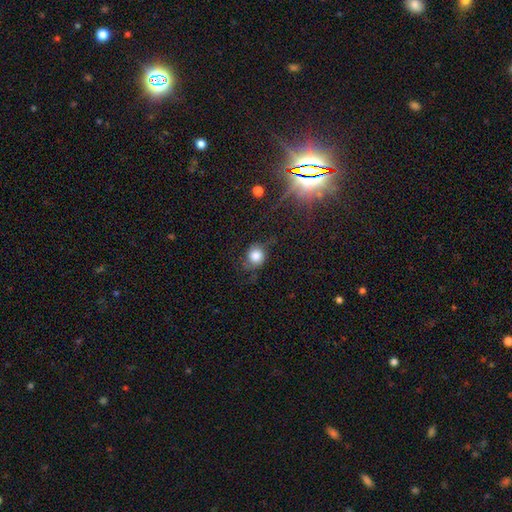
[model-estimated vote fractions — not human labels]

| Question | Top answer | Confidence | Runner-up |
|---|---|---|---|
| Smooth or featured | smooth | 75% | featured or disk (14%) |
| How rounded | round | 79% | in between (20%) |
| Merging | none | 63% | minor disturbance (24%) |